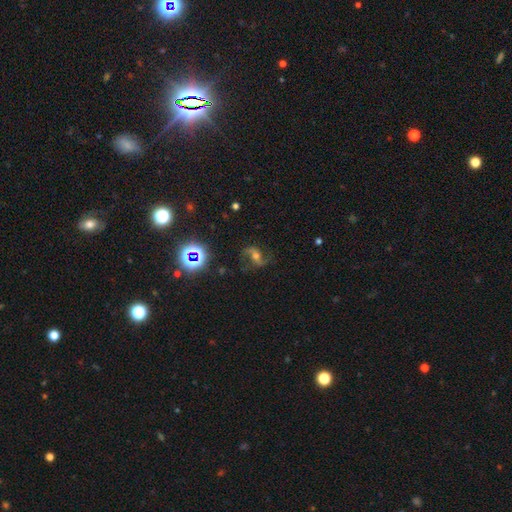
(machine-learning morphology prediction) Q: Smooth or featured?
A: featured or disk (74%); runner-up: star or artifact (16%)
Q: Edge-on disk?
A: no (97%); runner-up: yes (3%)
Q: Bar?
A: no (39%); runner-up: weak (35%)
Q: Spiral arms?
A: yes (95%); runner-up: no (5%)
Q: Spiral winding?
A: loose (64%); runner-up: medium (29%)
Q: Spiral arm count?
A: 2 (92%); runner-up: 1 (3%)
Q: Bulge size?
A: moderate (58%); runner-up: small (28%)
Q: Merging?
A: none (76%); runner-up: minor disturbance (14%)